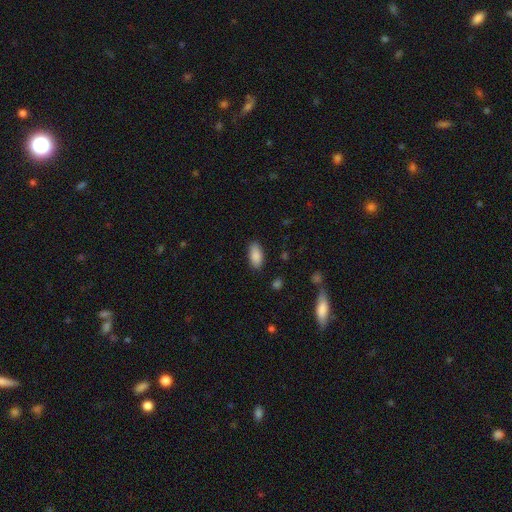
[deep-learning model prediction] Morphology: type=smooth (89%); roundness=in between (91%); merging=none (86%).